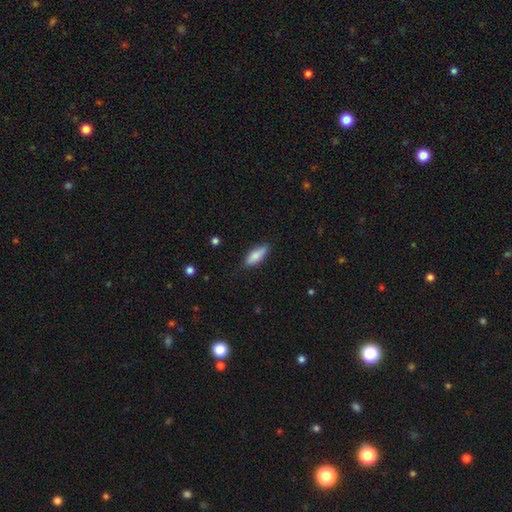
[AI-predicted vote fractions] Smooth or featured? smooth (80%)
How rounded? in between (65%)
Merging? none (82%)